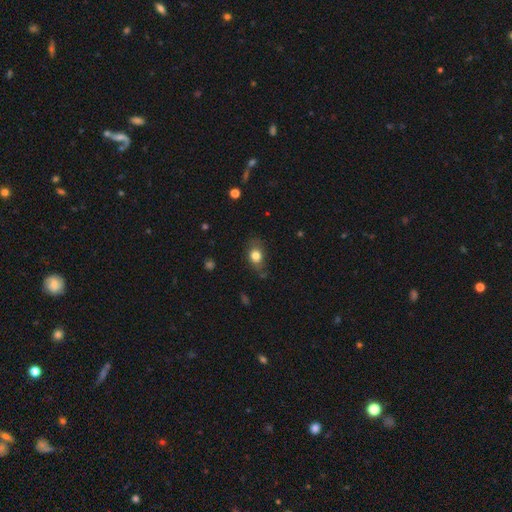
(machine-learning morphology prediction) Smooth or featured: smooth — 79% (featured or disk — 12%)
How rounded: in between — 68% (round — 30%)
Merging: none — 67% (minor disturbance — 24%)